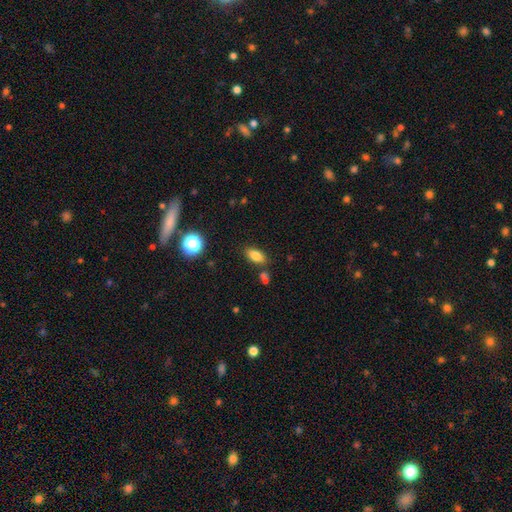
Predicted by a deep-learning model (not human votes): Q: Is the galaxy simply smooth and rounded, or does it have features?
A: smooth — 82%.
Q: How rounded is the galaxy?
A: in between — 87%.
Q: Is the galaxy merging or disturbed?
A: none — 79%.